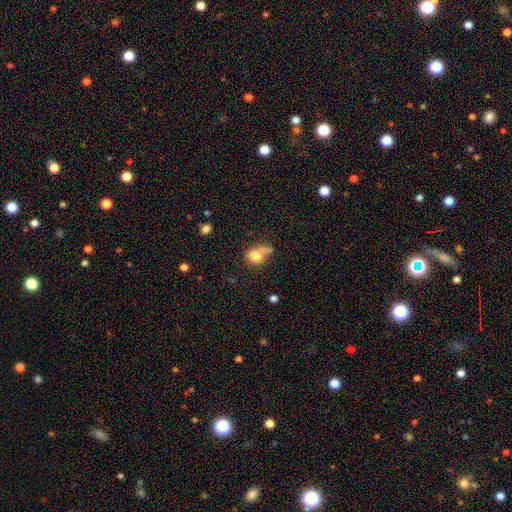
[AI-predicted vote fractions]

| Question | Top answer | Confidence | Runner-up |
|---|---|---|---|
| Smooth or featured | smooth | 78% | featured or disk (12%) |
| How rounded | round | 51% | in between (48%) |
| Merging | none | 39% | merger (33%) |